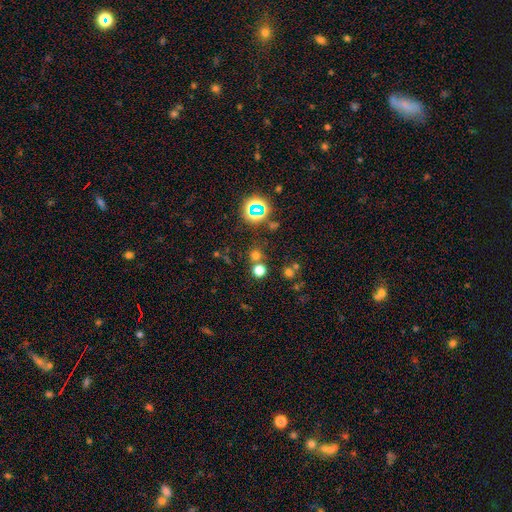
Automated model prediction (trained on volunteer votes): This appears to be a smooth galaxy with no disk features (62%) that is round (91%). Merging: none (73%).